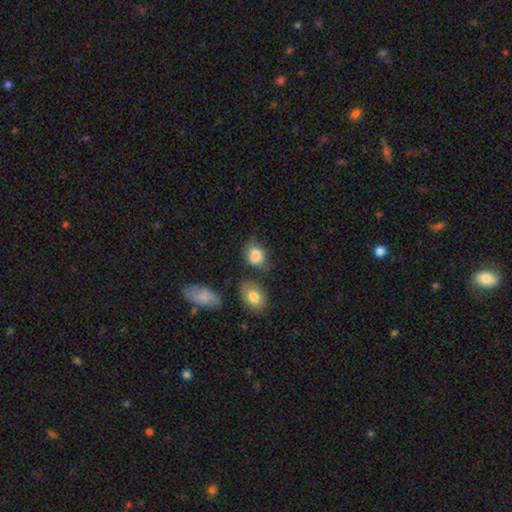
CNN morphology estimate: Smooth or featured?
  - smooth: 82% *
  - star or artifact: 9%
  - featured or disk: 9%
How rounded?
  - in between: 61% *
  - round: 37%
  - cigar-shaped: 2%
Merging?
  - none: 50% *
  - minor disturbance: 28%
  - major disturbance: 11%
  - merger: 11%